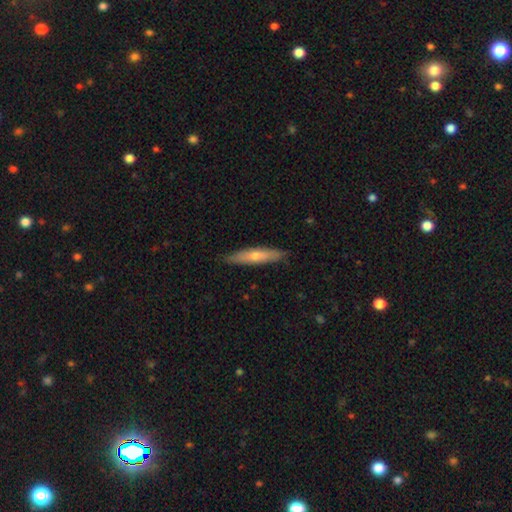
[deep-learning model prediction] Morphology: type=smooth (53%); roundness=cigar-shaped (84%); merging=none (87%).